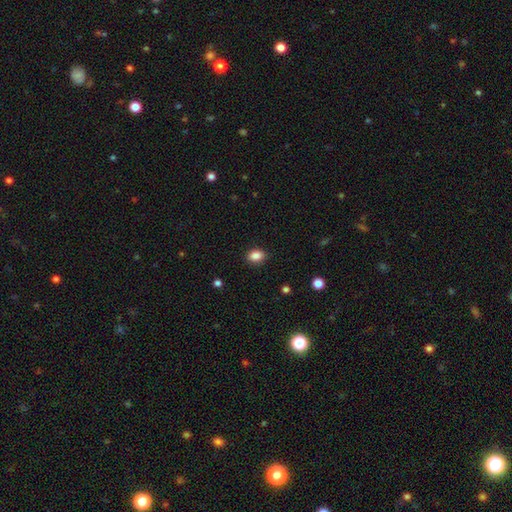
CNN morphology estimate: type=smooth (87%); roundness=in between (73%); merging=none (88%).